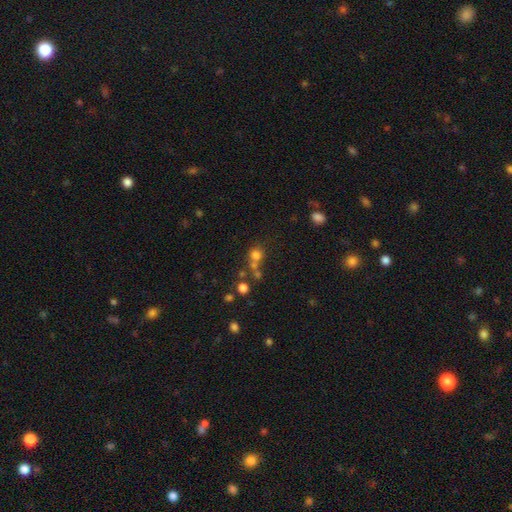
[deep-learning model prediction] smooth 68%, star or artifact 20%, featured or disk 12%. Down the decision tree: how rounded — round (85%); merging — none (49%).